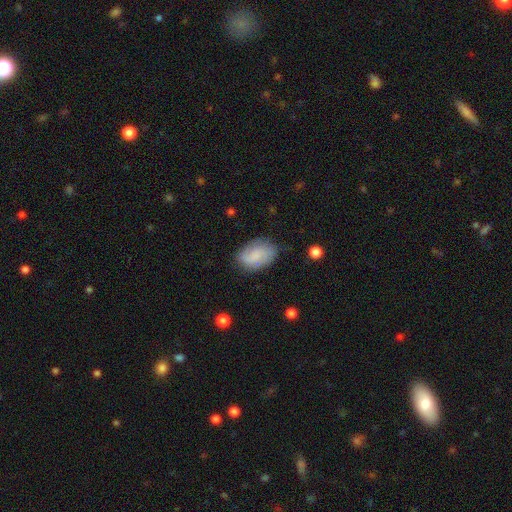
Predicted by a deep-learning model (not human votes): The model was most divided on "smooth or featured": smooth: 68%, featured or disk: 24%, star or artifact: 8%. More confident: how rounded — in between (87%); merging — none (70%).